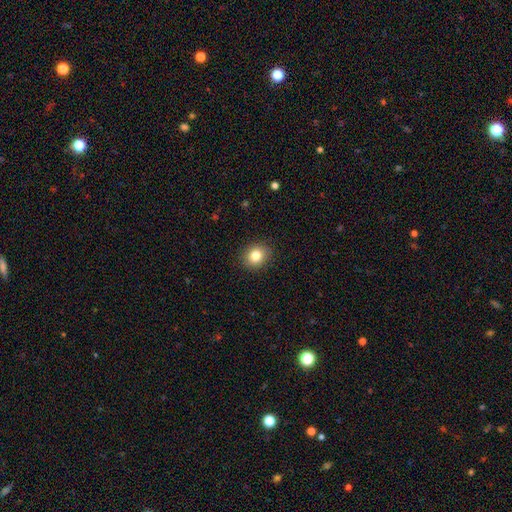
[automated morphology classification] A smooth galaxy with no disk features (82%) that is round (67%).

Vote fractions:
- Smooth or featured? smooth: 82% / star or artifact: 10% / featured or disk: 8%
- How rounded? round: 67% / in between: 32% / cigar-shaped: 1%
- Merging? none: 90% / minor disturbance: 7% / major disturbance: 2% / merger: 1%